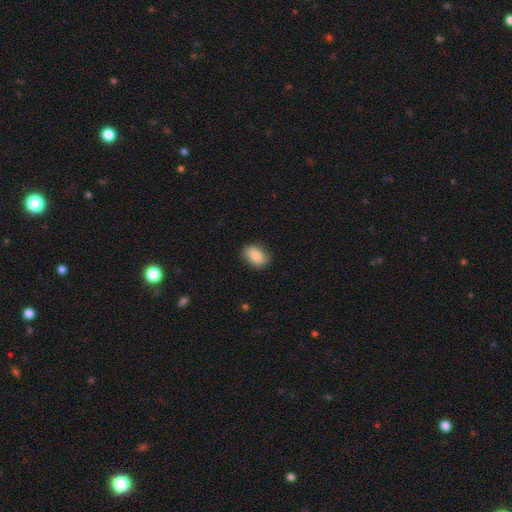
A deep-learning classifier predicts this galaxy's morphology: smooth_or_featured: smooth (p=0.82) [alt: featured or disk p=0.11]
how_rounded: in between (p=0.83) [alt: round p=0.15]
merging: none (p=0.84) [alt: minor disturbance p=0.13]